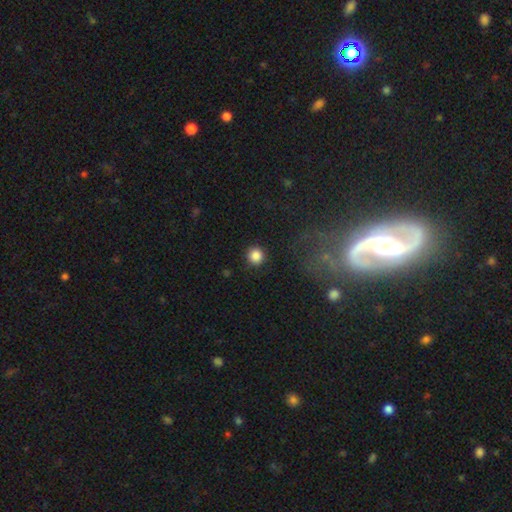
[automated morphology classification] smooth_or_featured: smooth (p=0.86) [alt: star or artifact p=0.11]
how_rounded: round (p=0.95) [alt: in between p=0.04]
merging: none (p=0.90) [alt: minor disturbance p=0.06]